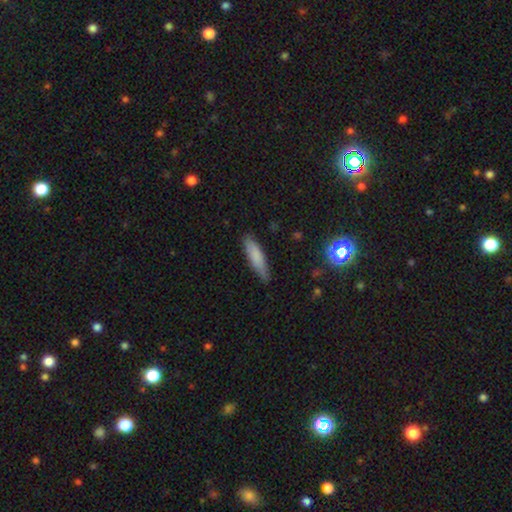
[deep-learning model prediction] Morphology: type=smooth (79%); roundness=cigar-shaped (73%); merging=none (79%).